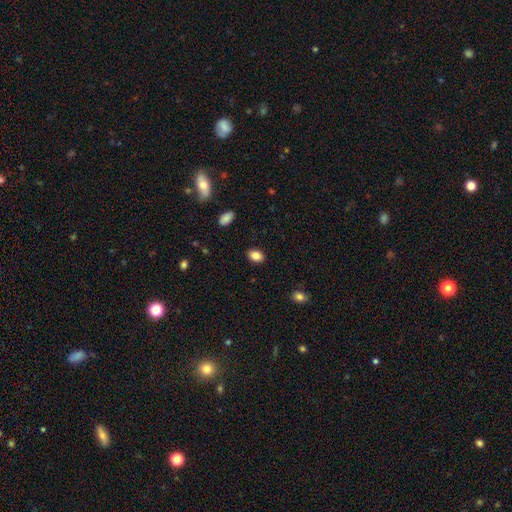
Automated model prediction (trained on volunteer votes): This is clearly a smooth galaxy (86%). How rounded: likely in between (75%). Merging: clearly none (88%).